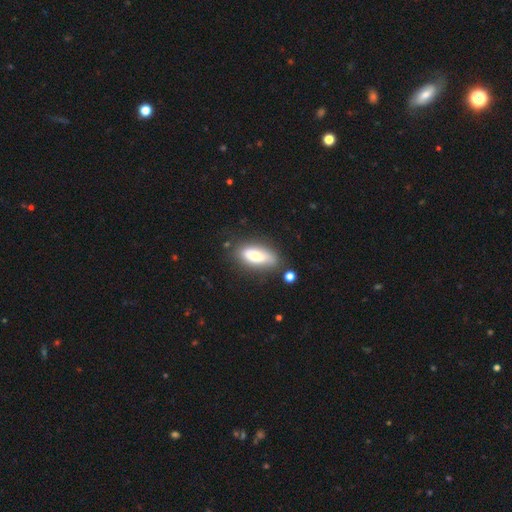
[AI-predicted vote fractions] Q: Smooth or featured?
A: smooth (65%); runner-up: featured or disk (28%)
Q: How rounded?
A: in between (80%); runner-up: cigar-shaped (17%)
Q: Merging?
A: none (64%); runner-up: minor disturbance (21%)